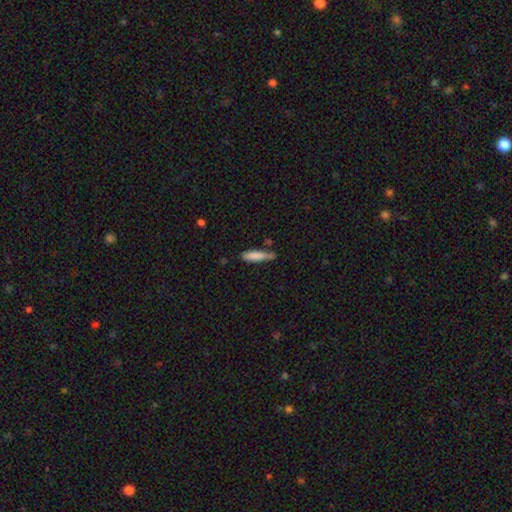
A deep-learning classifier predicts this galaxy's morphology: This is clearly a smooth galaxy (82%). How rounded: likely cigar-shaped (77%). Merging: possibly none (58%).